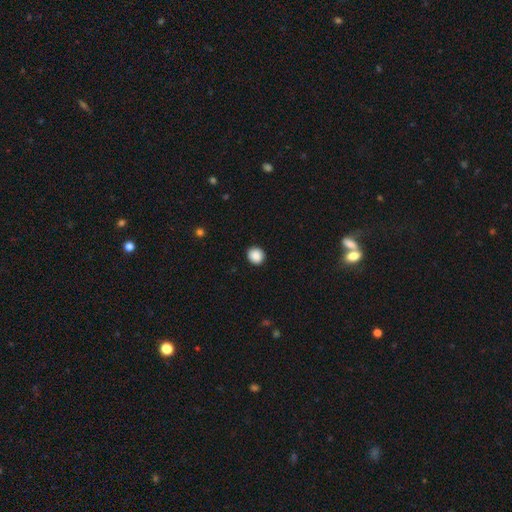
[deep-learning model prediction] Overall: smooth (88%). How rounded: round (87%). Merging: none (92%).